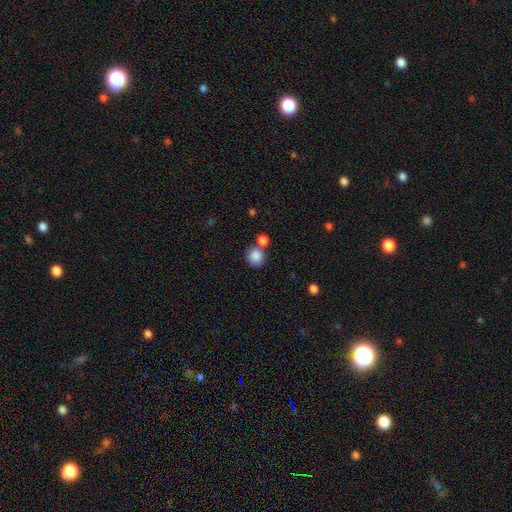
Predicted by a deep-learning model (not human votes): Smooth or featured?
  - smooth: 86% *
  - star or artifact: 9%
  - featured or disk: 5%
How rounded?
  - round: 90% *
  - in between: 9%
  - cigar-shaped: 1%
Merging?
  - none: 62% *
  - merger: 26%
  - minor disturbance: 9%
  - major disturbance: 3%